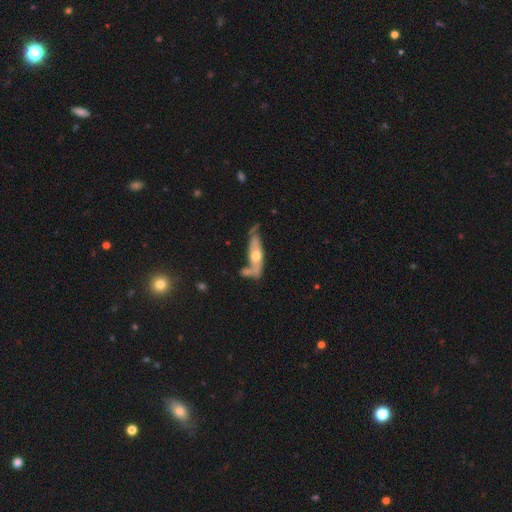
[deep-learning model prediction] Smooth or featured?
  - featured or disk: 60% *
  - smooth: 34%
  - star or artifact: 6%
Edge-on disk?
  - no: 50% * (tied)
  - yes: 50% * (tied)
Merging?
  - none: 44% *
  - minor disturbance: 26%
  - merger: 18%
  - major disturbance: 12%